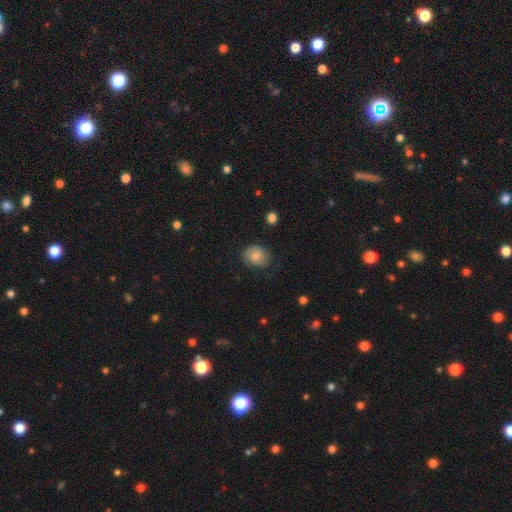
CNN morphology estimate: Overall: smooth (78%). How rounded: round (59%; in between 40%). Merging: none (68%).